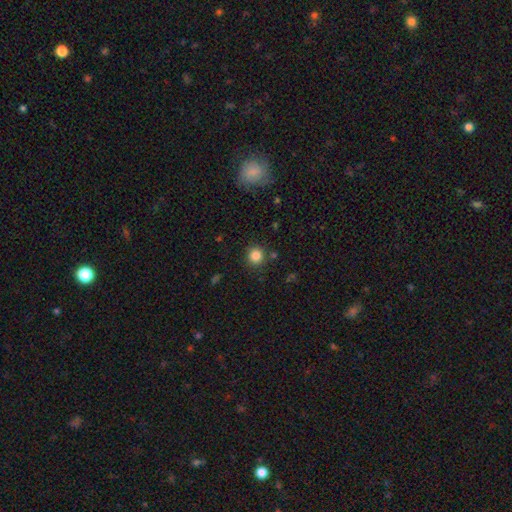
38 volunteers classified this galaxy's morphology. A smooth galaxy with no disk features (89%) that is round (97%).

Vote fractions:
- Smooth or featured? smooth: 89% / star or artifact: 8% / featured or disk: 3%
- How rounded? round: 97% / in between: 3% / cigar-shaped: 0%
- Merging? none: 86% / minor disturbance: 9% / major disturbance: 6% / merger: 0%